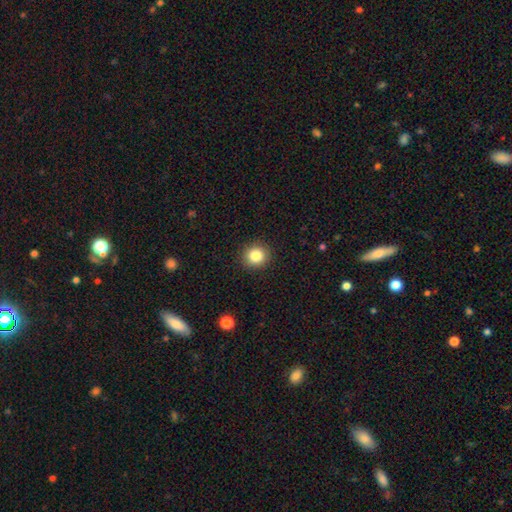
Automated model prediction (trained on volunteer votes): smooth 85%, star or artifact 10%, featured or disk 5%. Down the decision tree: how rounded — round (87%); merging — none (90%).